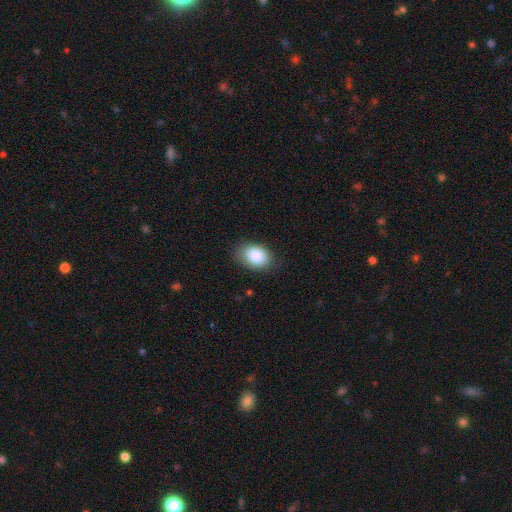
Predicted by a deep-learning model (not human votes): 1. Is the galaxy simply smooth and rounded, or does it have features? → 87% smooth, 7% star or artifact, 6% featured or disk.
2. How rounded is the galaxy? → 79% in between, 20% round, 1% cigar-shaped.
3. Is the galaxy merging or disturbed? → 81% none, 15% minor disturbance, 3% major disturbance, 1% merger.